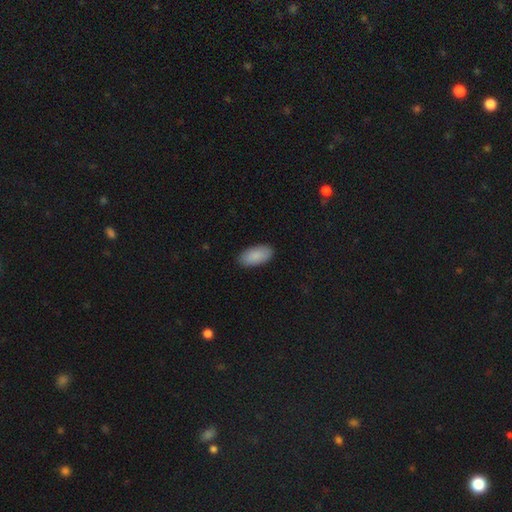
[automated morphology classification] Q: Smooth or featured?
A: smooth (89%); runner-up: star or artifact (6%)
Q: How rounded?
A: in between (95%); runner-up: cigar-shaped (3%)
Q: Merging?
A: none (88%); runner-up: minor disturbance (9%)